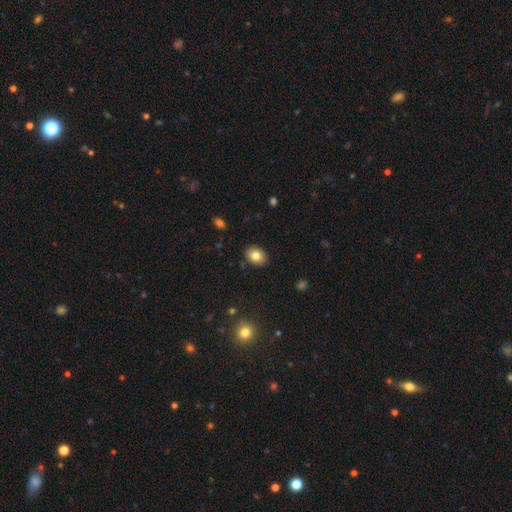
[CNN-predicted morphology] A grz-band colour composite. It shows a smooth galaxy with no disk features (81%) that is in between round and cigar-shaped (64%). Merging: none (88%).